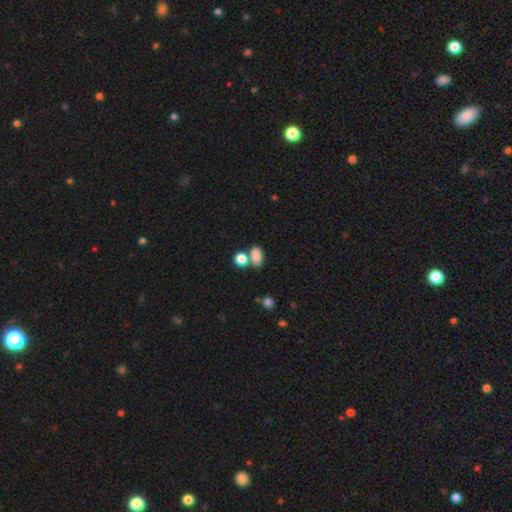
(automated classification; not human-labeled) Morphology: type=smooth (84%); roundness=in between (83%); merging=none (52%).